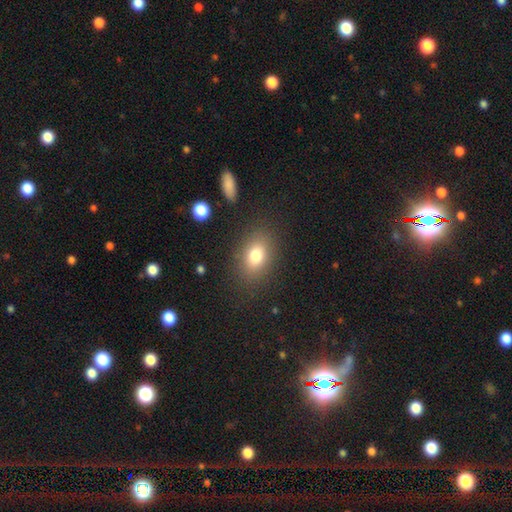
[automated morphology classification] Smooth or featured? Predicted: smooth (p=0.78). How rounded? Predicted: in between (p=0.75). Merging? Predicted: none (p=0.84).